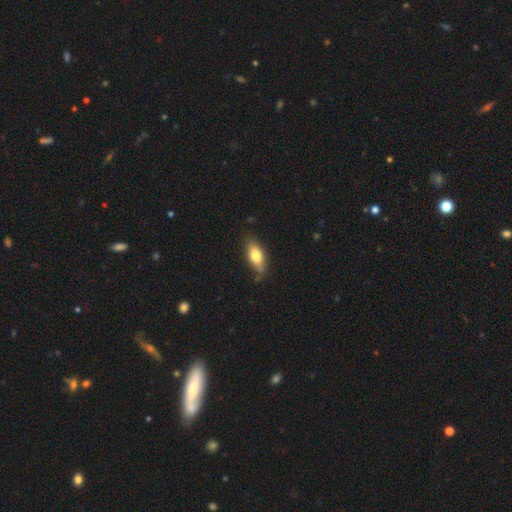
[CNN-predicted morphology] Overall: smooth (72%). How rounded: in between (79%). Merging: none (76%).